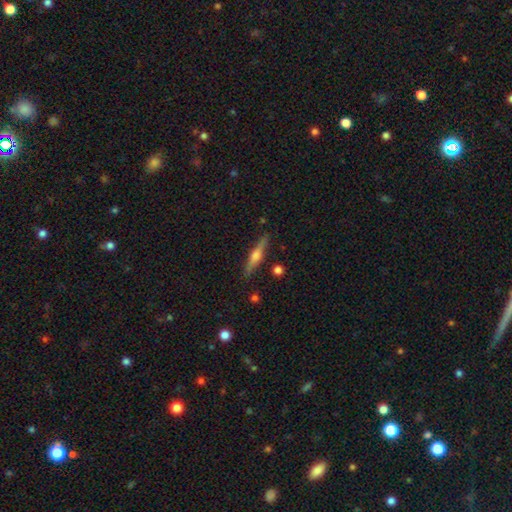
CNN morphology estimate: Smooth or featured: featured or disk — 65% (smooth — 29%)
Edge-on disk: yes — 97% (no — 3%)
Edge-on bulge: rounded — 89% (boxy — 6%)
Merging: none — 87% (minor disturbance — 9%)